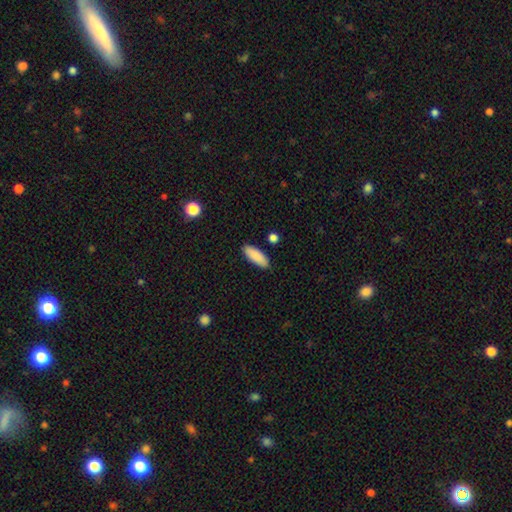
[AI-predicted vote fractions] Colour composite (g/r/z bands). It shows a smooth galaxy with no disk features (89%) that is in between round and cigar-shaped (72%). Merging: none (85%).